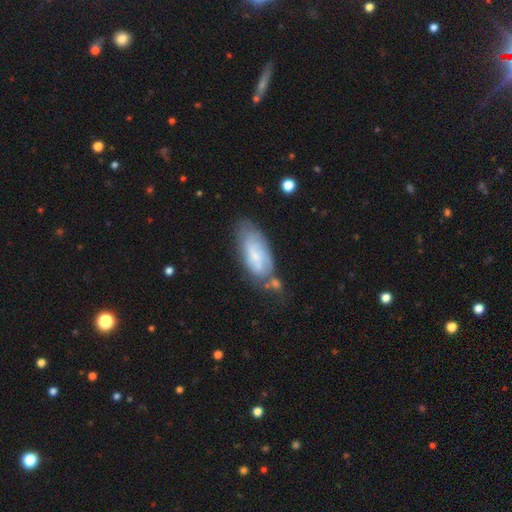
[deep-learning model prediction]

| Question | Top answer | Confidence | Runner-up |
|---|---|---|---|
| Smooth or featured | featured or disk | 47% | smooth (45%) |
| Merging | none | 48% | minor disturbance (27%) |